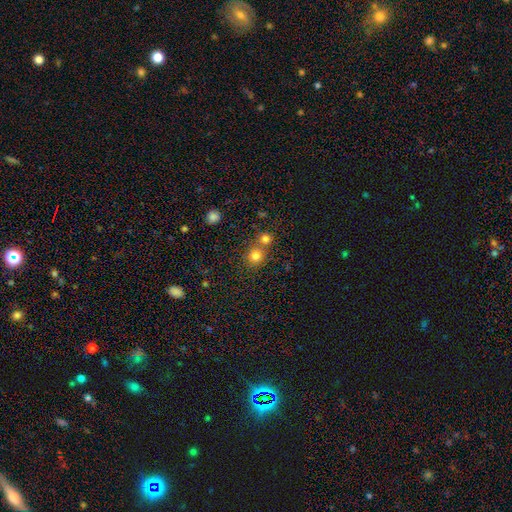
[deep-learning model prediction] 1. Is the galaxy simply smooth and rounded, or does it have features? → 78% smooth, 15% star or artifact, 7% featured or disk.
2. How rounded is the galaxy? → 89% round, 10% in between, 1% cigar-shaped.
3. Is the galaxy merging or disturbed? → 58% none, 34% merger, 6% minor disturbance, 2% major disturbance.